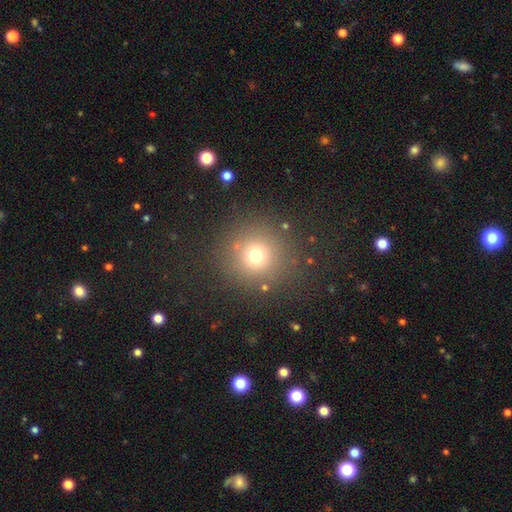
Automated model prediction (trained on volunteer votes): Smooth or featured? Predicted: smooth (p=0.71). How rounded? Predicted: round (p=0.94). Merging? Predicted: none (p=0.85).